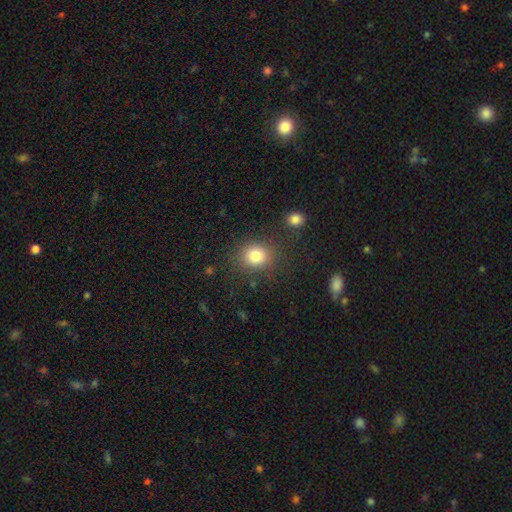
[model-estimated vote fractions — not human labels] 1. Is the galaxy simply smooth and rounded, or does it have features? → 81% smooth, 12% star or artifact, 7% featured or disk.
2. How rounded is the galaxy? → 74% round, 25% in between, 1% cigar-shaped.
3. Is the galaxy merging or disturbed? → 83% none, 10% minor disturbance, 4% major disturbance, 3% merger.